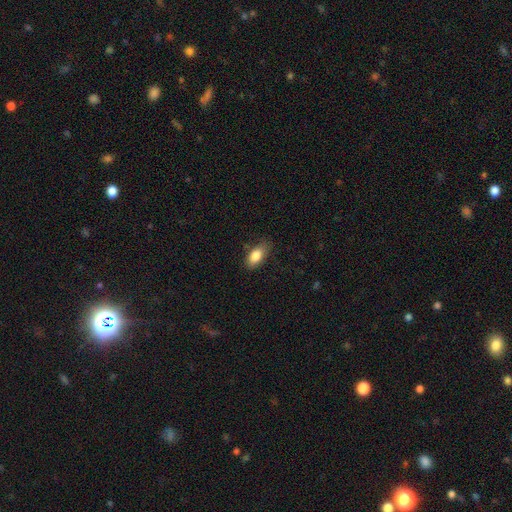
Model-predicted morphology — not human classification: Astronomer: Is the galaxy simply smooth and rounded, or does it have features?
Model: smooth — 84%.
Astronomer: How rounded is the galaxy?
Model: in between — 89%.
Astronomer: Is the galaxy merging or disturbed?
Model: none — 75%.